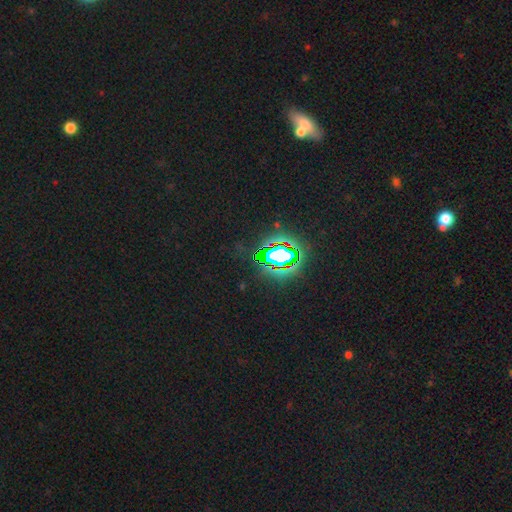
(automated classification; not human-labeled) A star or artifact, not a galaxy (83%).

Vote fractions:
- Smooth or featured? star or artifact: 83% / smooth: 10% / featured or disk: 7%